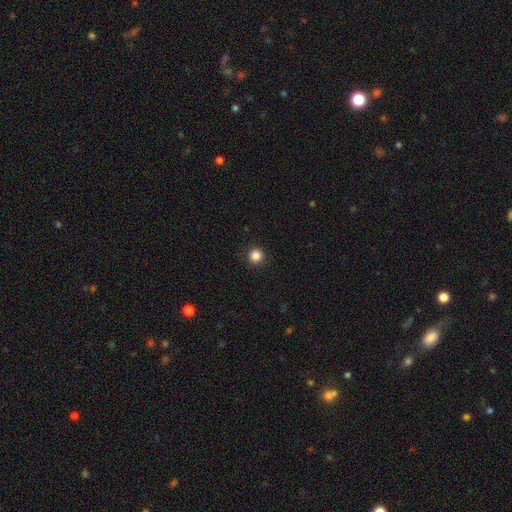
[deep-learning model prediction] Smooth or featured? smooth (86%)
How rounded? round (96%)
Merging? none (93%)